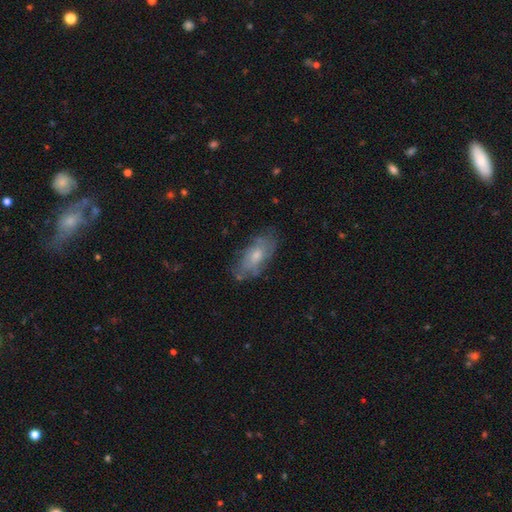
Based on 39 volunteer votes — Volunteers were most divided on "smooth or featured": featured or disk: 49%, smooth: 46%, star or artifact: 5%. More confident: edge-on disk — no (84%); bar — no (75%); merging — none (73%); spiral arms — no (62%); bulge size — moderate (62%).